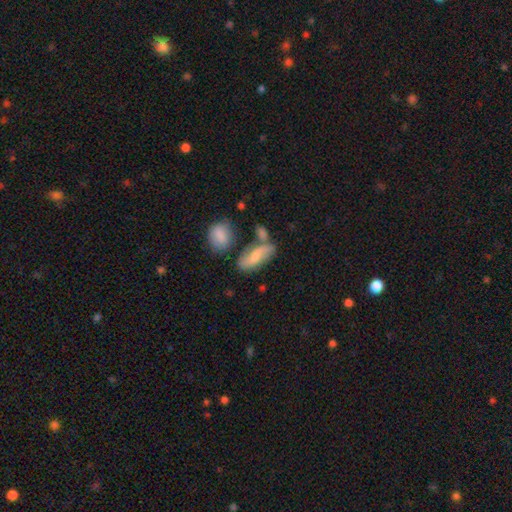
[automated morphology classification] A smooth galaxy with no disk features (55%) that is in between round and cigar-shaped (78%). Merging: none (52%).